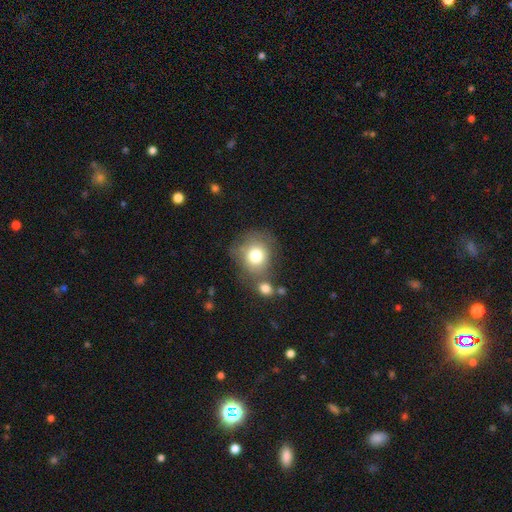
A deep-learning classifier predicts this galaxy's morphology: smooth 77%, featured or disk 14%, star or artifact 9%. Down the decision tree: how rounded — round (77%); merging — none (55%).